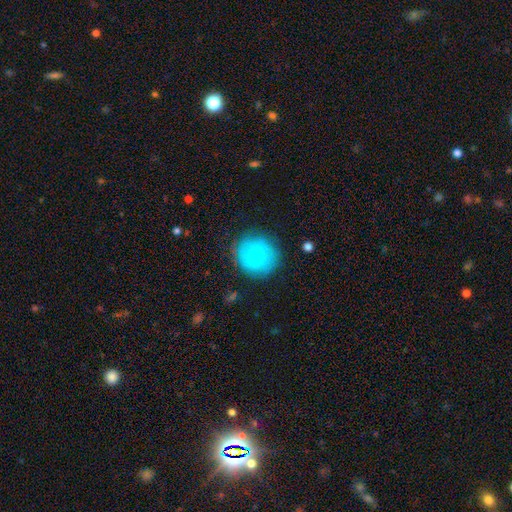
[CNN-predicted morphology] Smooth or featured? smooth (70%)
How rounded? round (90%)
Merging? none (77%)